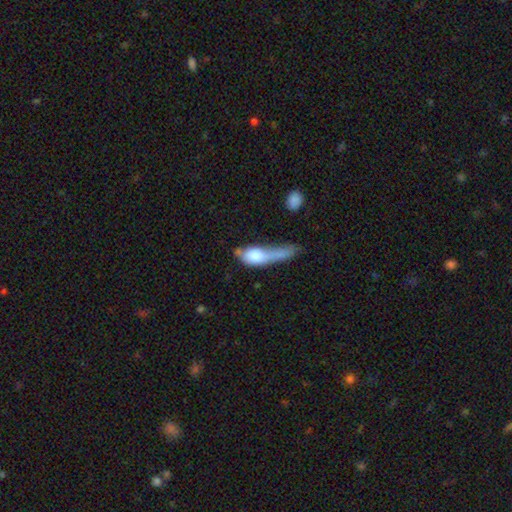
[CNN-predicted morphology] The model was most divided on "merging": major disturbance: 35%, merger: 27%, minor disturbance: 20%, none: 17%. More confident: smooth or featured — smooth (65%); how rounded — in between (58%).